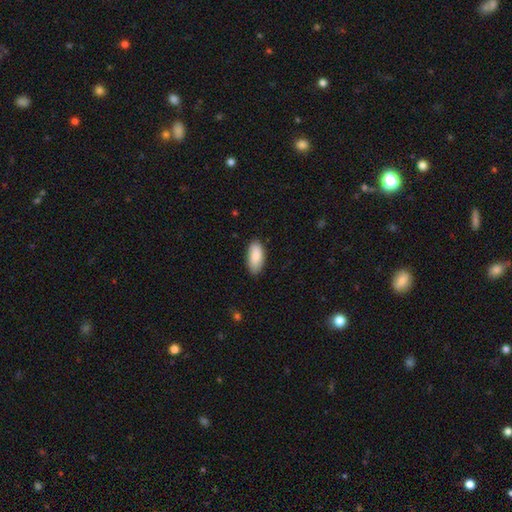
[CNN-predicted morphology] smooth_or_featured: smooth (p=0.87) [alt: featured or disk p=0.07]
how_rounded: in between (p=0.92) [alt: cigar-shaped p=0.06]
merging: none (p=0.84) [alt: minor disturbance p=0.13]